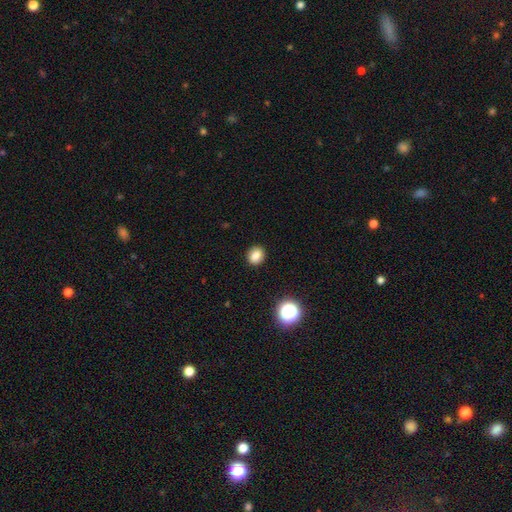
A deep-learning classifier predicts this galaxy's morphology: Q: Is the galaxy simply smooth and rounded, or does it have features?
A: smooth — 83%.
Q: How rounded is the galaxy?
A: round — 68%.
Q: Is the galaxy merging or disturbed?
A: none — 90%.